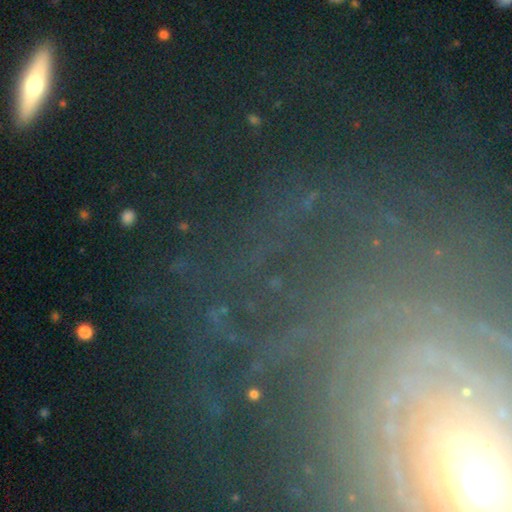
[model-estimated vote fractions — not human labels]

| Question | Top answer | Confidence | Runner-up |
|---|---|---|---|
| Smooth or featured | featured or disk | 45% | star or artifact (39%) |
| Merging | none | 72% | minor disturbance (13%) |